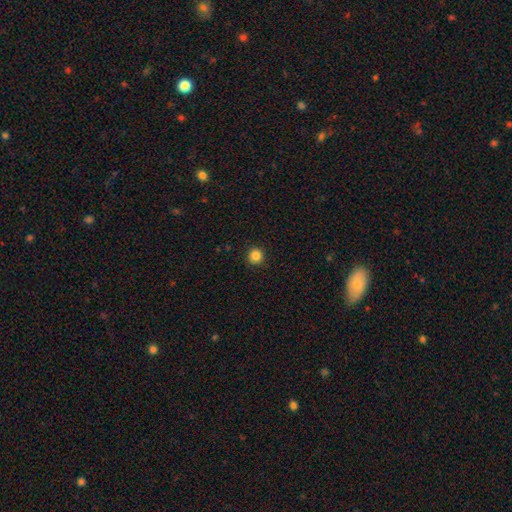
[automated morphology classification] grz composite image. It shows a smooth galaxy with no disk features (85%) that is round (95%). Merging: none (93%).